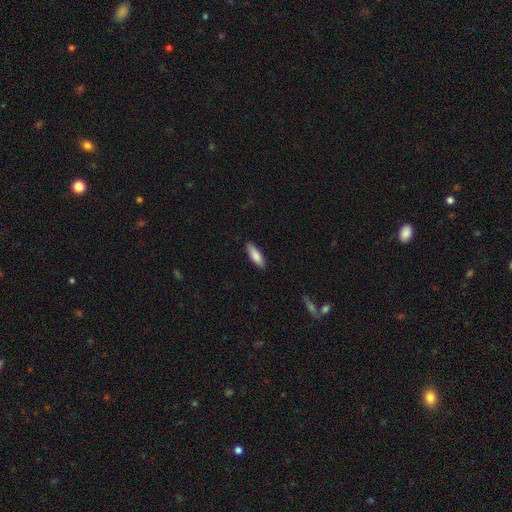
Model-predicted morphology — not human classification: type=smooth (86%); roundness=in between (52%); merging=none (88%).